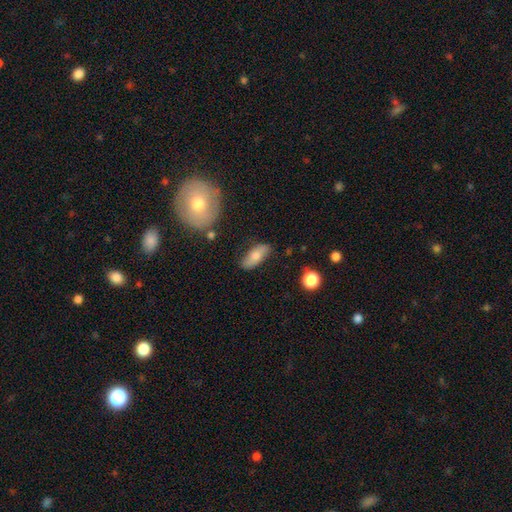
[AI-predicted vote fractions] Morphology: type=smooth (74%); roundness=in between (78%); merging=none (81%).